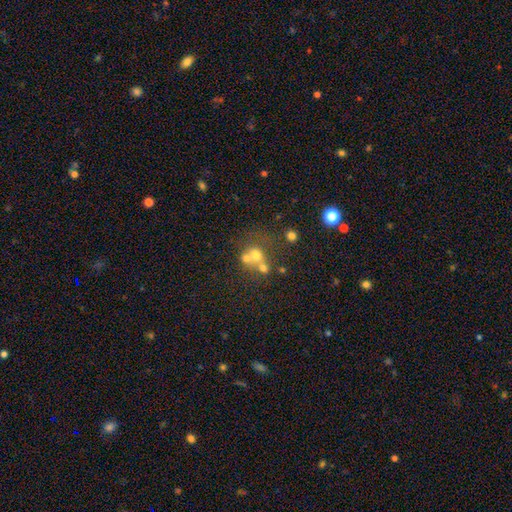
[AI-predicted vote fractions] smooth 56%, featured or disk 26%, star or artifact 18%. Down the decision tree: how rounded — round (73%); merging — merger (54%).